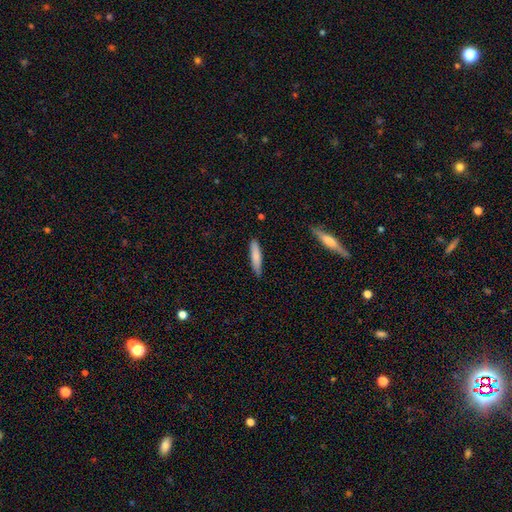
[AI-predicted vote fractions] A smooth galaxy with no disk features (80%) that is cigar-shaped (83%). Merging: none (84%).